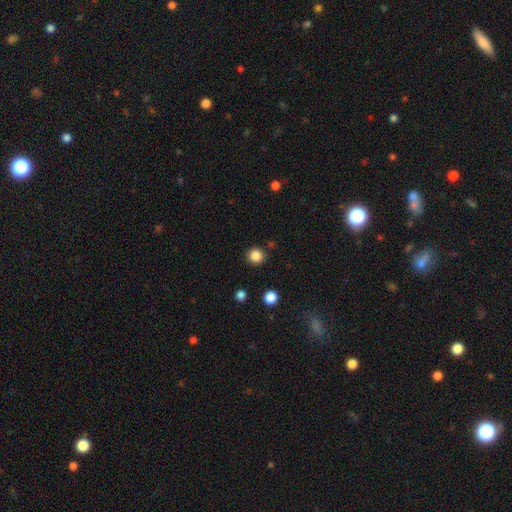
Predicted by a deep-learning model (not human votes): Smooth or featured? smooth (85%)
How rounded? round (94%)
Merging? none (90%)